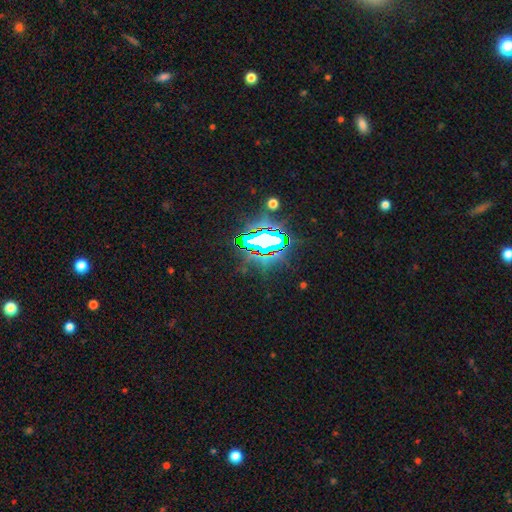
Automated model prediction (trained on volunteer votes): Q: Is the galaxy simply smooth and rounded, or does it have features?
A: star or artifact — 82%.